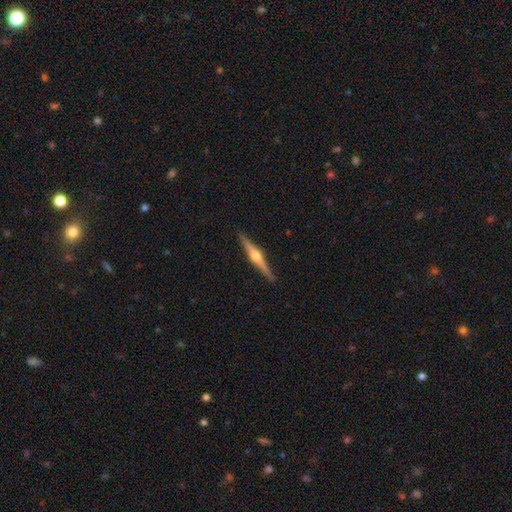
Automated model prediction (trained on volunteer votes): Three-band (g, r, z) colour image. It shows a featured or disk galaxy (82%) viewed edge-on (99%) with a rounded central bulge (94%). Merging: none (92%).